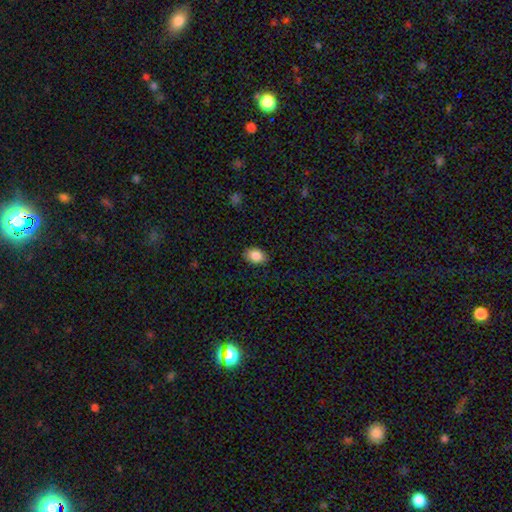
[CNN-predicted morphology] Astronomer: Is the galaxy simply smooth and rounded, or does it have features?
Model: smooth — 88%.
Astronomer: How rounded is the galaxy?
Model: in between — 76%.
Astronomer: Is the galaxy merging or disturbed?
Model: none — 86%.